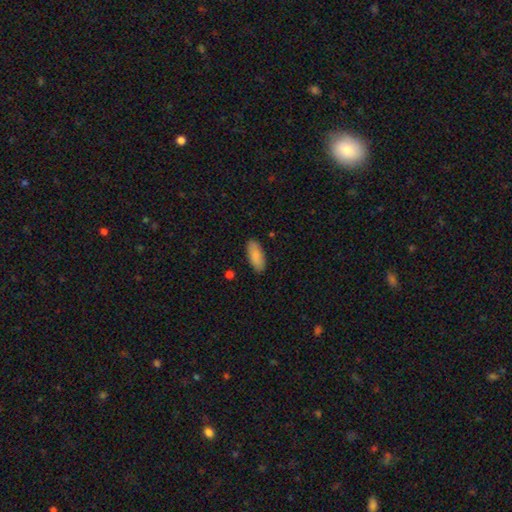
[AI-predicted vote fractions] This is clearly a smooth galaxy (88%). How rounded: clearly in between (82%). Merging: clearly none (87%).